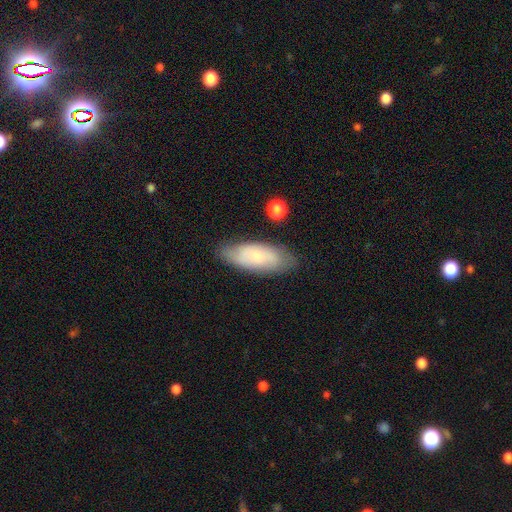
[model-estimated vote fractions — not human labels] smooth 58%, featured or disk 34%, star or artifact 8%. Down the decision tree: how rounded — in between (76%); merging — none (76%).